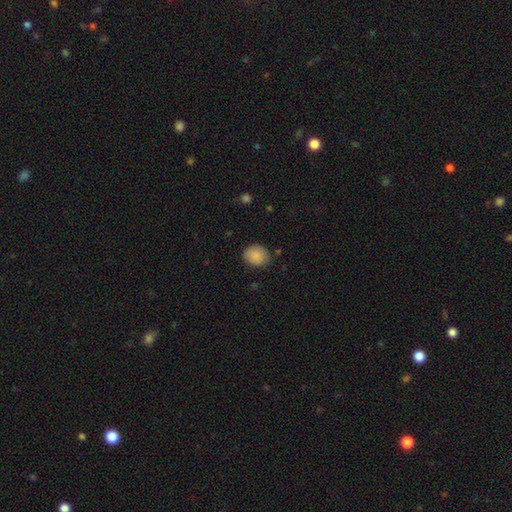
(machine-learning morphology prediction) type=smooth (88%); roundness=round (66%); merging=none (82%).